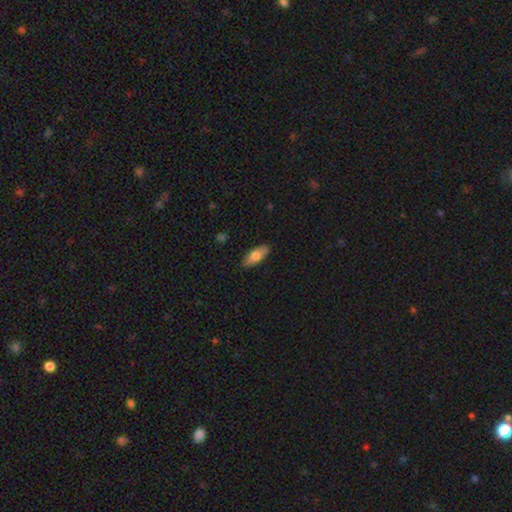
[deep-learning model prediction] Smooth or featured? Predicted: smooth (p=0.76). How rounded? Predicted: in between (p=0.71). Merging? Predicted: none (p=0.87).